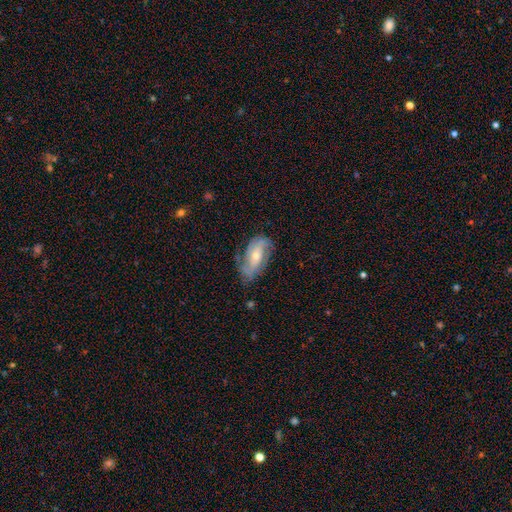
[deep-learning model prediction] A featured or disk galaxy (69%) with no bar (51%), 2 (59%) medium (40%) spiral arms (86%) and a moderate central bulge (48%).

Vote fractions:
- Smooth or featured? featured or disk: 69% / smooth: 25% / star or artifact: 6%
- Edge-on disk? no: 92% / yes: 8%
- Bar? no: 51% / weak: 34% / strong: 16%
- Spiral arms? yes: 86% / no: 14%
- Spiral winding? medium: 40% / tight: 38% / loose: 22%
- Spiral arm count? 2: 59% / can't tell: 23% / 3: 8% / 1: 5% / 4: 2% / more than 4: 2%
- Bulge size? moderate: 48% / small: 47% / large: 3% / none: 1% / dominant: 1%
- Merging? none: 65% / minor disturbance: 24% / major disturbance: 9% / merger: 2%